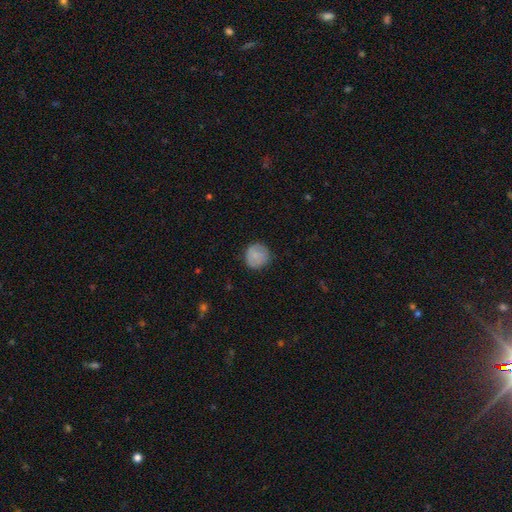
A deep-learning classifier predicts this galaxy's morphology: smooth_or_featured: smooth (p=0.82) [alt: featured or disk p=0.10]
how_rounded: round (p=0.92) [alt: in between p=0.07]
merging: none (p=0.82) [alt: minor disturbance p=0.13]